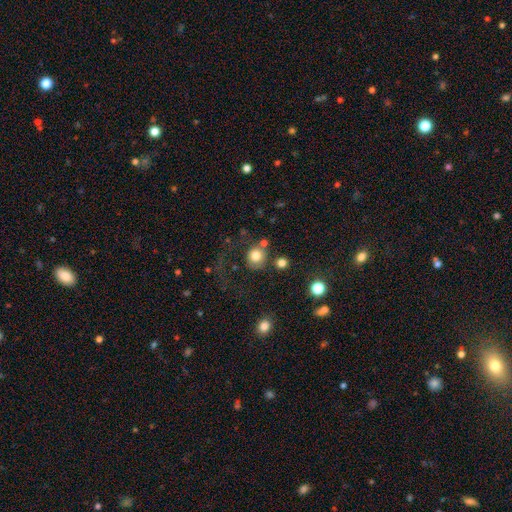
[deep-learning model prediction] A smooth galaxy with no disk features (79%) that is round (87%). Merging: none (62%).